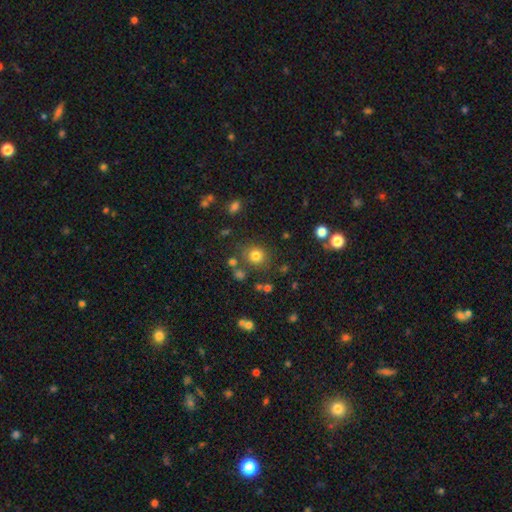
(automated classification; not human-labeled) This is likely a smooth galaxy (77%). How rounded: clearly round (84%). Merging: likely none (79%).